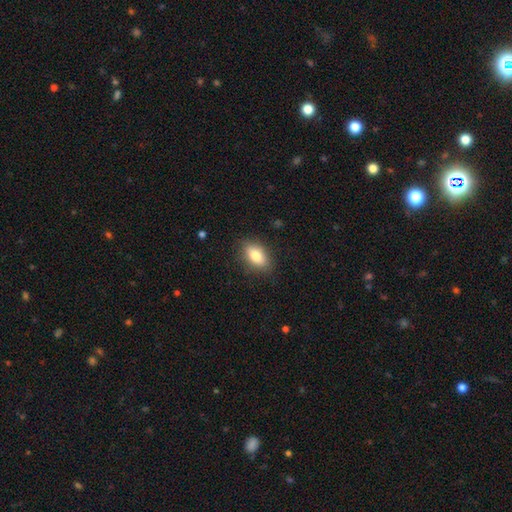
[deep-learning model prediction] Q: Smooth or featured?
A: smooth (79%); runner-up: featured or disk (13%)
Q: How rounded?
A: in between (86%); runner-up: round (9%)
Q: Merging?
A: none (85%); runner-up: minor disturbance (11%)